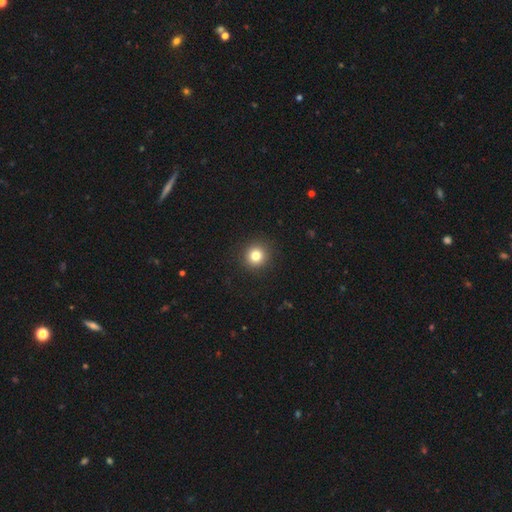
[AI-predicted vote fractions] Smooth or featured: smooth — 80% (star or artifact — 12%)
How rounded: round — 94% (in between — 5%)
Merging: none — 92% (minor disturbance — 5%)